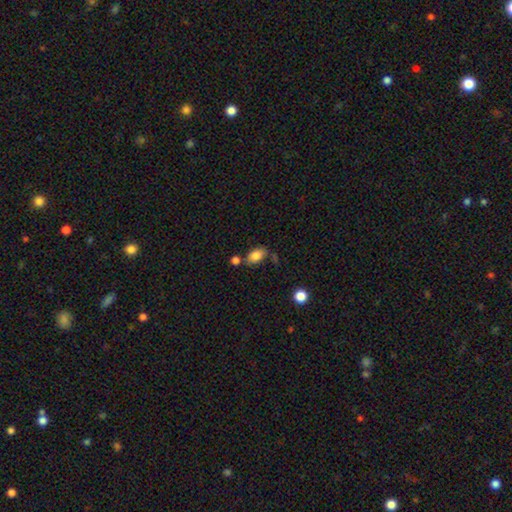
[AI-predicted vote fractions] Morphology: type=smooth (82%); roundness=in between (88%); merging=none (63%).